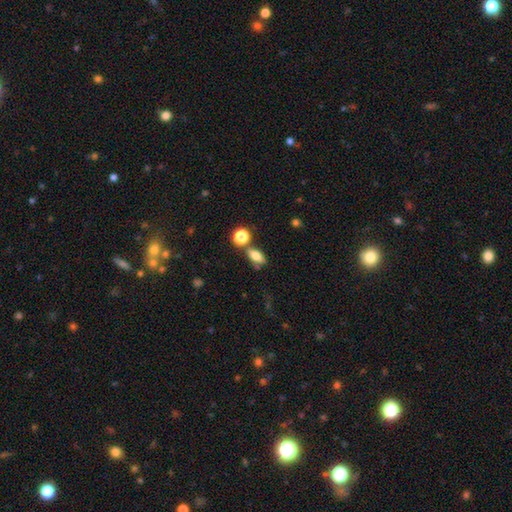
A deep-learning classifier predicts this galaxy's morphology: Q: Smooth or featured?
A: smooth (76%); runner-up: featured or disk (14%)
Q: How rounded?
A: in between (78%); runner-up: round (13%)
Q: Merging?
A: none (66%); runner-up: merger (16%)